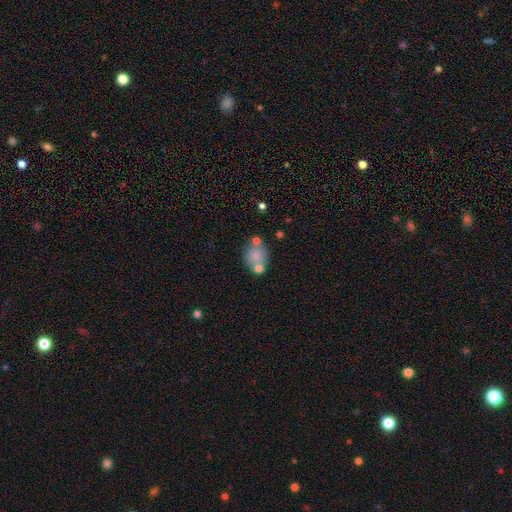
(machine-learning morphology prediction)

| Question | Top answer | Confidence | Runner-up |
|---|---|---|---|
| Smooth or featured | smooth | 73% | featured or disk (17%) |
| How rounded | round | 57% | in between (42%) |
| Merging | none | 54% | merger (25%) |